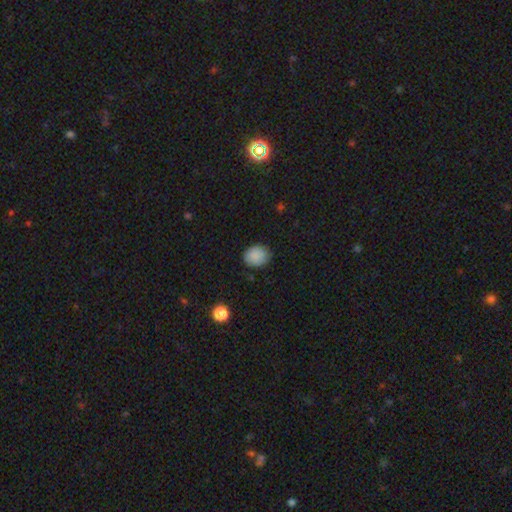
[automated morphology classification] Smooth or featured? Predicted: smooth (p=0.88). How rounded? Predicted: round (p=0.58). Merging? Predicted: none (p=0.85).